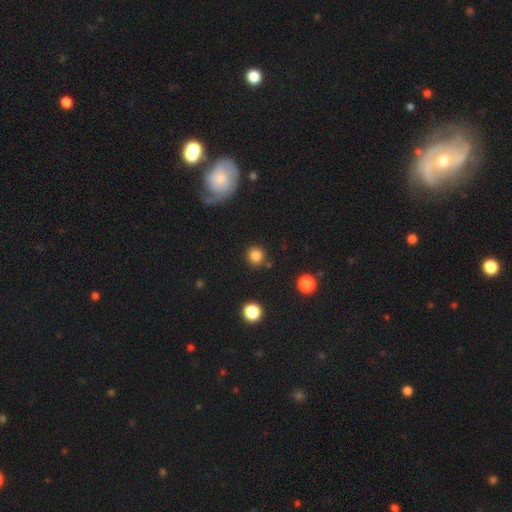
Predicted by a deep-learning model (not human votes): Smooth or featured?
  - smooth: 83% *
  - star or artifact: 12%
  - featured or disk: 5%
How rounded?
  - round: 92% *
  - in between: 7%
  - cigar-shaped: 1%
Merging?
  - none: 86% *
  - minor disturbance: 7%
  - merger: 4%
  - major disturbance: 3%